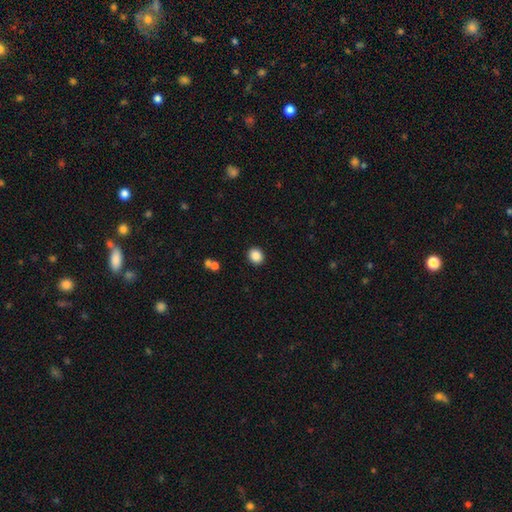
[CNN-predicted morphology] Q: Smooth or featured?
A: smooth (87%); runner-up: star or artifact (9%)
Q: How rounded?
A: round (74%); runner-up: in between (26%)
Q: Merging?
A: none (91%); runner-up: minor disturbance (6%)